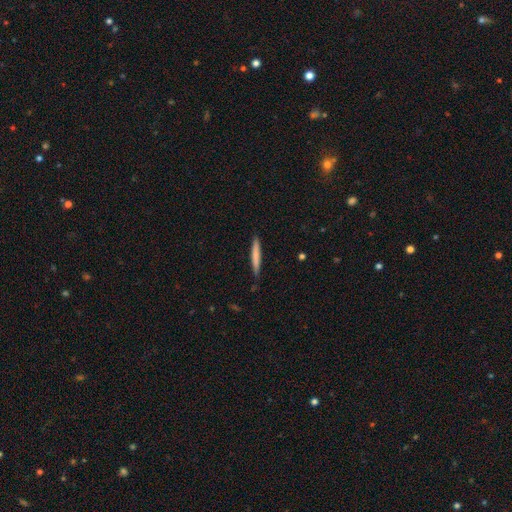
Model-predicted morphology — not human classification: This appears to be a smooth galaxy with no disk features (70%) that is cigar-shaped (96%). Merging: none (86%).